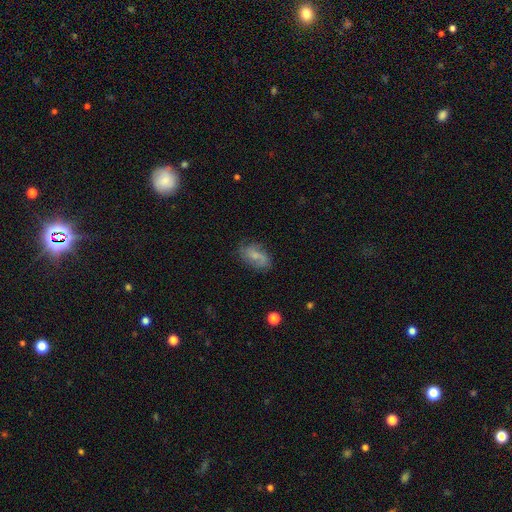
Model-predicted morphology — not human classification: Overall: smooth (49%; featured or disk 42%). Merging: none (68%).